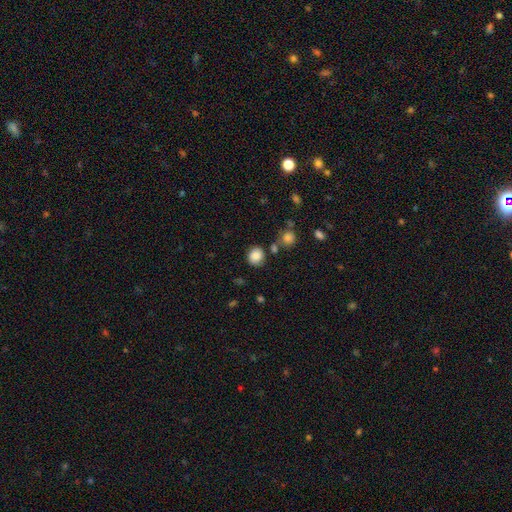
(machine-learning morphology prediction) A smooth galaxy with no disk features (85%) that is round (84%). Merging: none (79%).